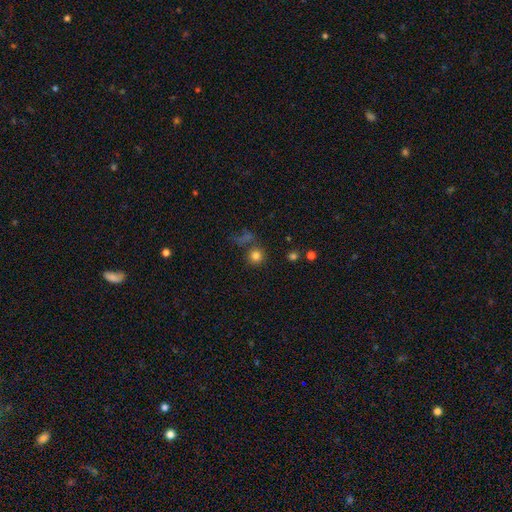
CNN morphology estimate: smooth_or_featured: smooth (p=0.79) [alt: star or artifact p=0.14]
how_rounded: round (p=0.92) [alt: in between p=0.07]
merging: none (p=0.73) [alt: merger p=0.12]